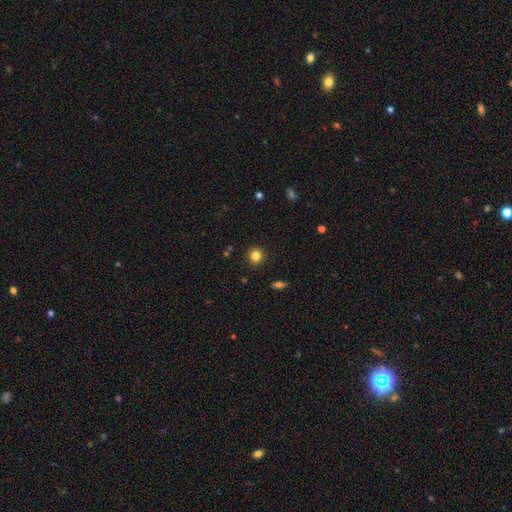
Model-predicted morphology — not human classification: Smooth or featured? smooth (83%)
How rounded? round (86%)
Merging? none (90%)